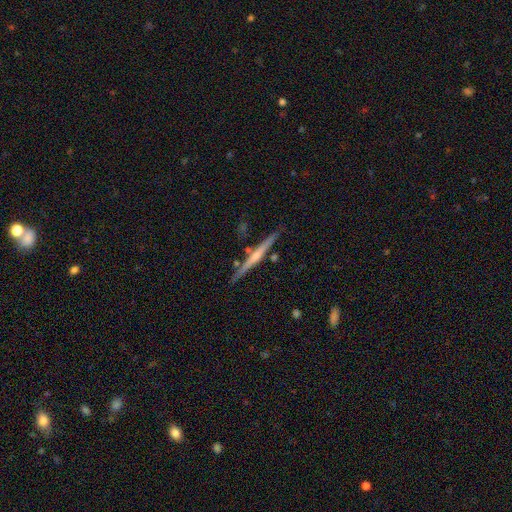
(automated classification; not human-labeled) Overall: featured or disk (69%). Edge-on disk: yes (98%). Edge-on bulge: rounded (65%; none 29%). Merging: none (85%).